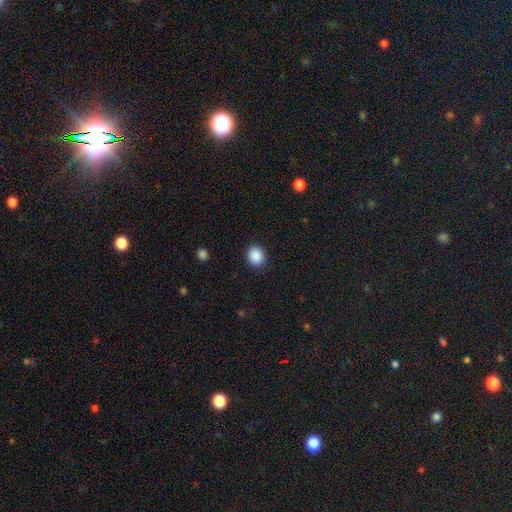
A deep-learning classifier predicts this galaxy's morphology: Overall: smooth (89%). How rounded: round (77%). Merging: none (90%).